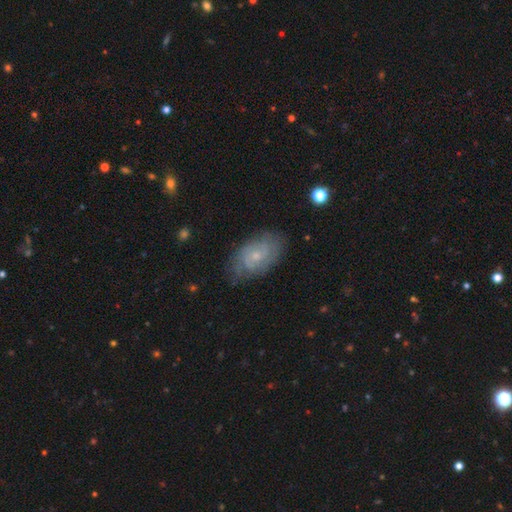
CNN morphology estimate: smooth_or_featured: featured or disk (p=0.68) [alt: smooth p=0.25]
disk_edge_on: no (p=0.96) [alt: yes p=0.04]
bar: no (p=0.68) [alt: weak p=0.29]
has_spiral_arms: yes (p=0.88) [alt: no p=0.12]
spiral_winding: tight (p=0.56) [alt: medium p=0.34]
spiral_arm_count: 2 (p=0.43) [alt: can't tell p=0.39]
bulge_size: small (p=0.68) [alt: moderate p=0.26]
merging: none (p=0.71) [alt: minor disturbance p=0.21]